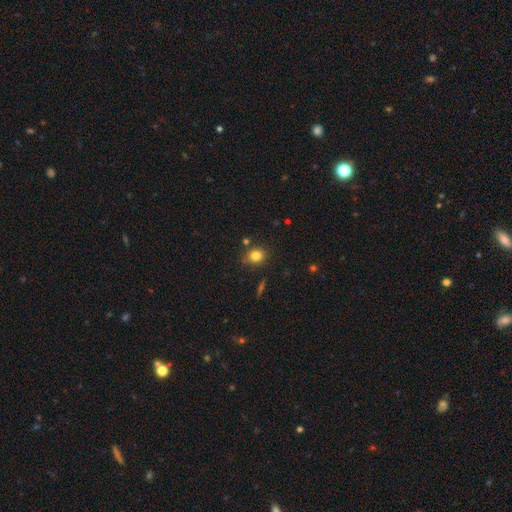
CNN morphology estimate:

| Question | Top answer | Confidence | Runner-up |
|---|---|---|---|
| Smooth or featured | smooth | 80% | star or artifact (12%) |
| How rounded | round | 75% | in between (24%) |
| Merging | none | 82% | minor disturbance (11%) |